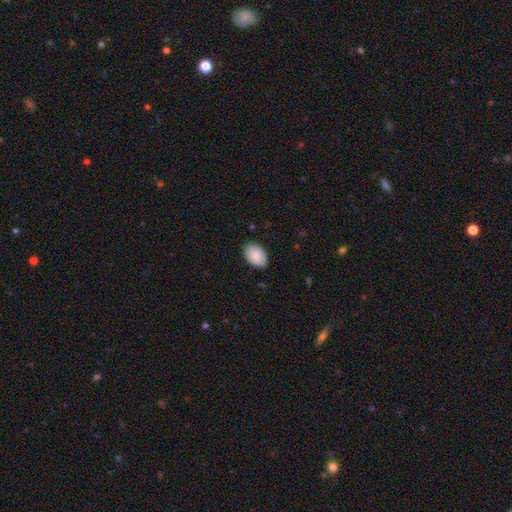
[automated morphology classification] type=smooth (88%); roundness=in between (91%); merging=none (85%).